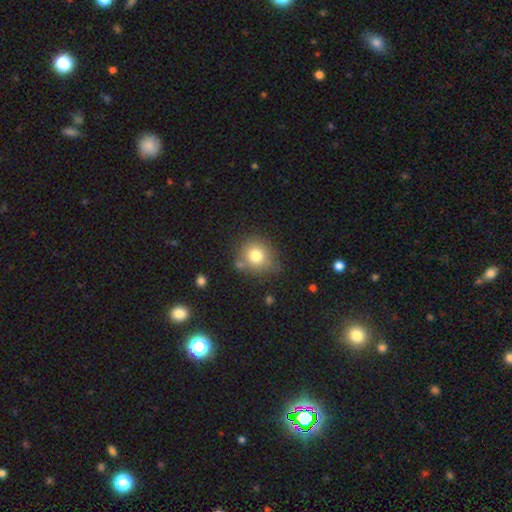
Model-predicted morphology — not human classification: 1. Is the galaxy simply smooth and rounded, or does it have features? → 78% smooth, 11% star or artifact, 11% featured or disk.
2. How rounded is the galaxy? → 84% round, 15% in between, 1% cigar-shaped.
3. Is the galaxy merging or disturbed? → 71% none, 16% minor disturbance, 8% merger, 5% major disturbance.